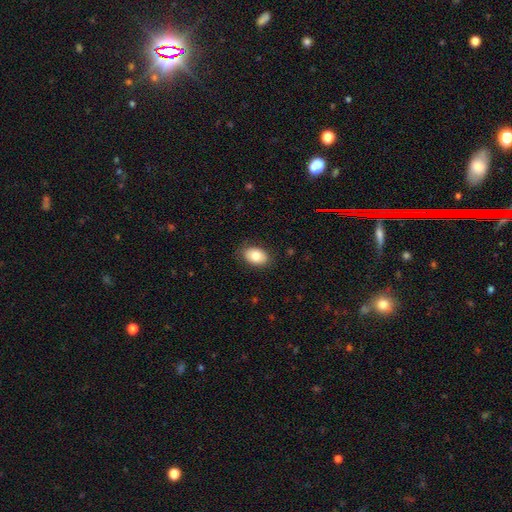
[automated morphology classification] This is clearly a smooth galaxy (81%). How rounded: clearly in between (84%). Merging: clearly none (83%).